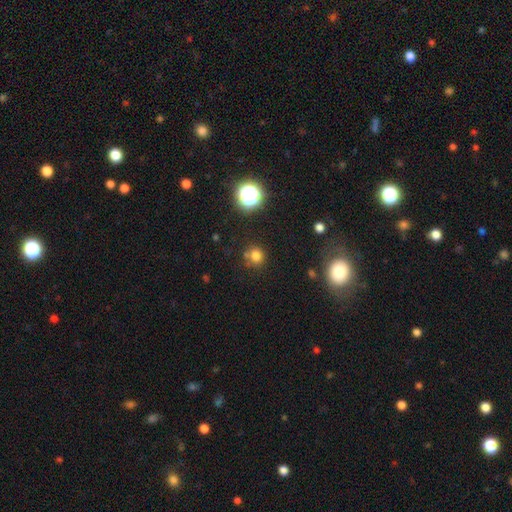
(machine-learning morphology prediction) This is likely a smooth galaxy (75%). How rounded: clearly round (89%). Merging: likely none (76%).